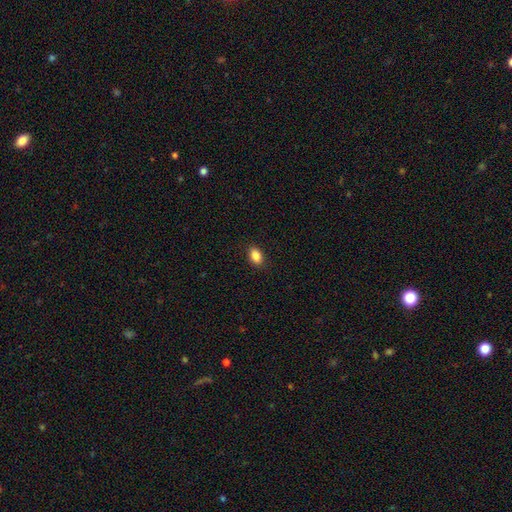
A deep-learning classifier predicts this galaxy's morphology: This is clearly a smooth galaxy (88%). How rounded: clearly in between (87%). Merging: clearly none (88%).